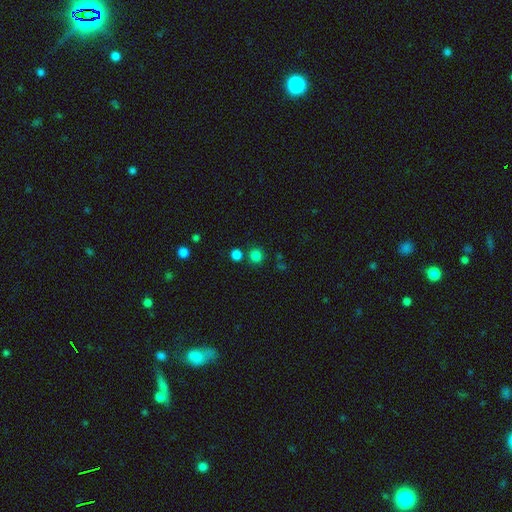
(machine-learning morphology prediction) The model was most divided on "merging": none: 76%, merger: 14%, minor disturbance: 7%, major disturbance: 3%. More confident: how rounded — round (93%); smooth or featured — smooth (80%).